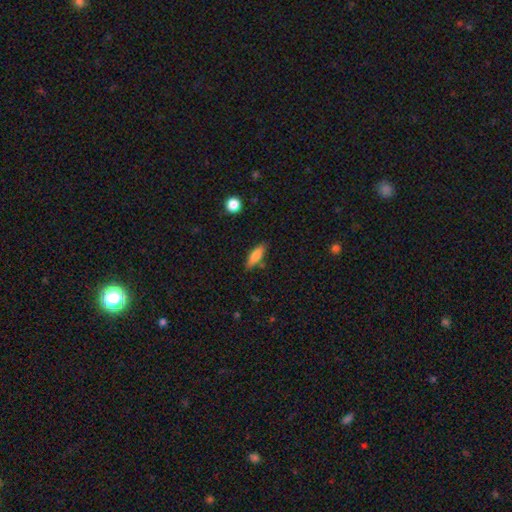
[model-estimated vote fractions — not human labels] Smooth or featured? smooth (76%)
How rounded? in between (52%)
Merging? none (79%)